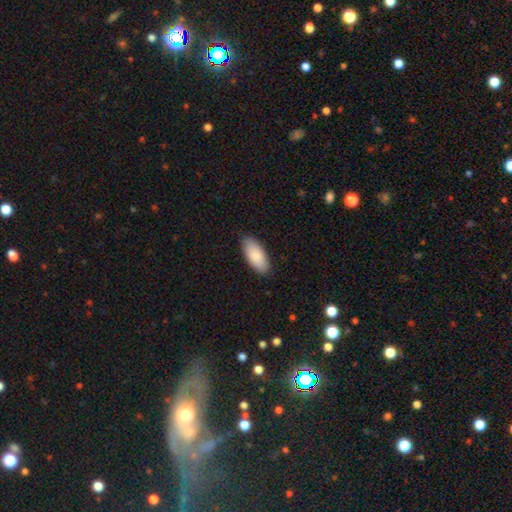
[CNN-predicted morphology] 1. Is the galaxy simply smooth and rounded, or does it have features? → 88% smooth, 7% featured or disk, 5% star or artifact.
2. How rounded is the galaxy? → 89% in between, 10% cigar-shaped, 2% round.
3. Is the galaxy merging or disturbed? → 87% none, 10% minor disturbance, 2% major disturbance, 1% merger.